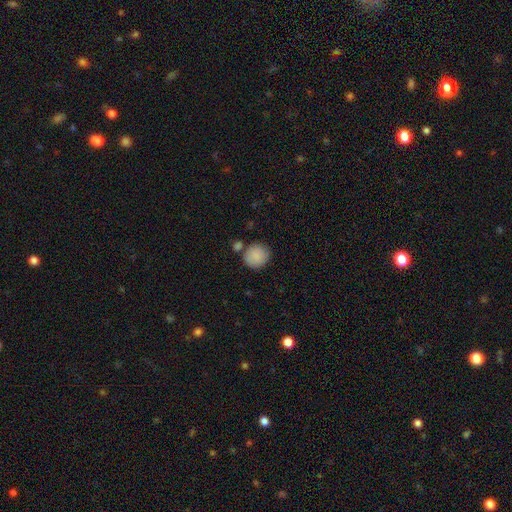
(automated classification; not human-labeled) This appears to be a smooth galaxy with no disk features (88%) that is round (90%). Merging: none (74%).